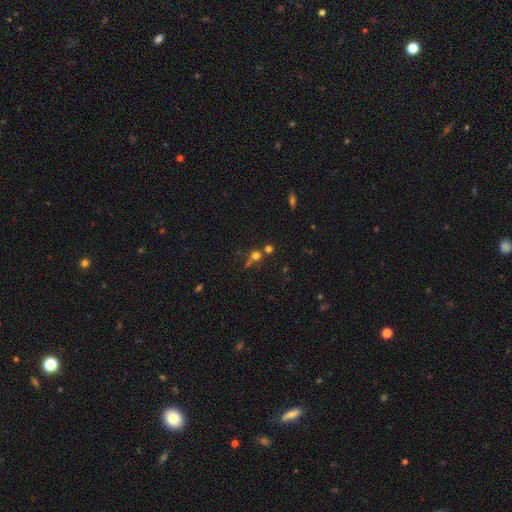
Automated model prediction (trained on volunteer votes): A smooth galaxy with no disk features (60%) that is round (87%). Merging: none (53%).